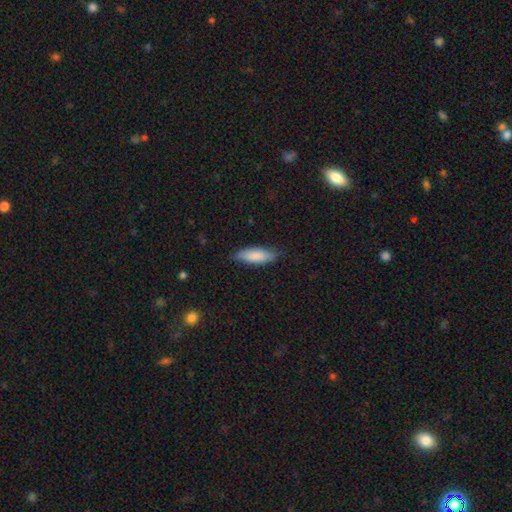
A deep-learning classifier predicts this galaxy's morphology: Smooth or featured?
  - smooth: 85% *
  - featured or disk: 10%
  - star or artifact: 5%
How rounded?
  - in between: 55% *
  - cigar-shaped: 43%
  - round: 2%
Merging?
  - none: 80% *
  - minor disturbance: 16%
  - major disturbance: 3%
  - merger: 1%